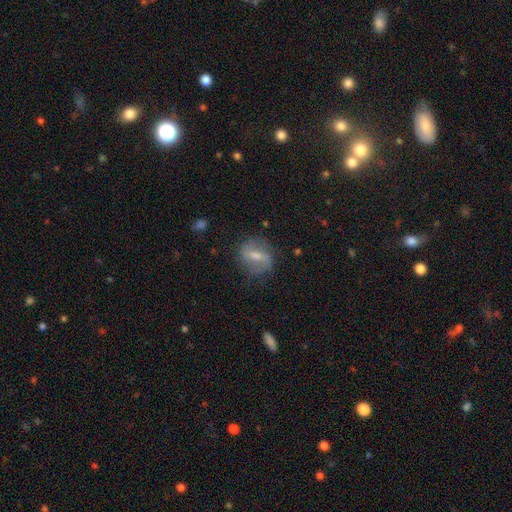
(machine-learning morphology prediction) Q: Smooth or featured?
A: featured or disk (62%); runner-up: smooth (28%)
Q: Edge-on disk?
A: no (92%); runner-up: yes (8%)
Q: Bar?
A: strong (42%); runner-up: weak (41%)
Q: Spiral arms?
A: yes (74%); runner-up: no (26%)
Q: Bulge size?
A: moderate (48%); runner-up: small (42%)
Q: Merging?
A: none (76%); runner-up: minor disturbance (16%)